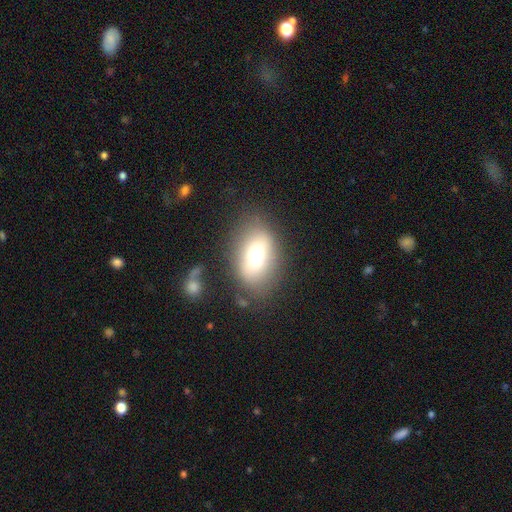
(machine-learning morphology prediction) Smooth or featured? smooth (66%)
How rounded? in between (82%)
Merging? none (71%)